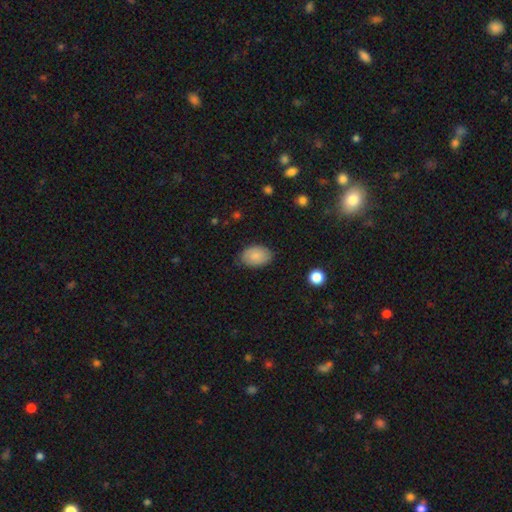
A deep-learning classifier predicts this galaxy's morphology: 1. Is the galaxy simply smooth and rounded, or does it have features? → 84% smooth, 9% featured or disk, 7% star or artifact.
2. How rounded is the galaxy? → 86% in between, 13% round, 1% cigar-shaped.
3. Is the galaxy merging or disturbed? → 80% none, 16% minor disturbance, 3% major disturbance, 1% merger.